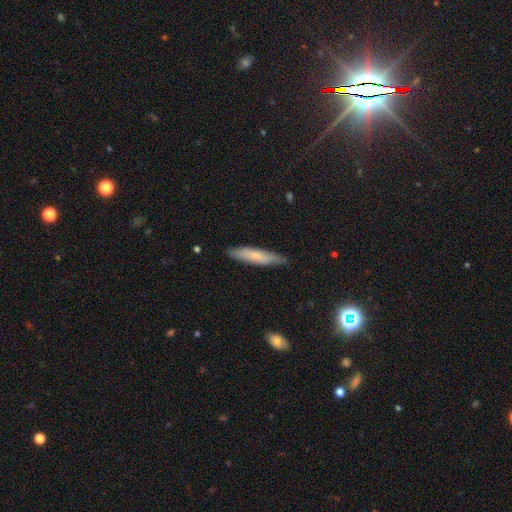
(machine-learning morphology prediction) Smooth or featured? smooth (64%)
How rounded? cigar-shaped (85%)
Merging? none (84%)